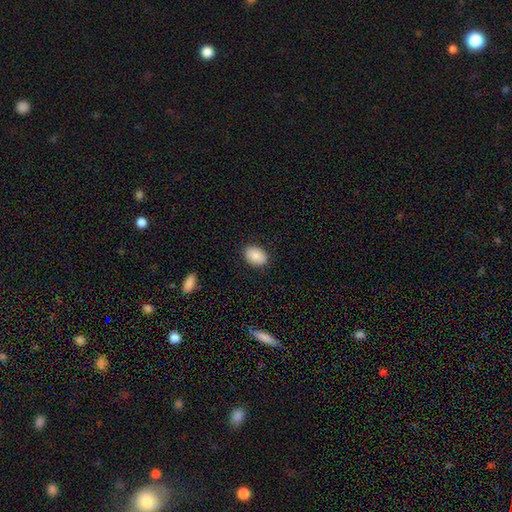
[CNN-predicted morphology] This appears to be a smooth galaxy with no disk features (86%) that is in between round and cigar-shaped (80%). Merging: none (87%).